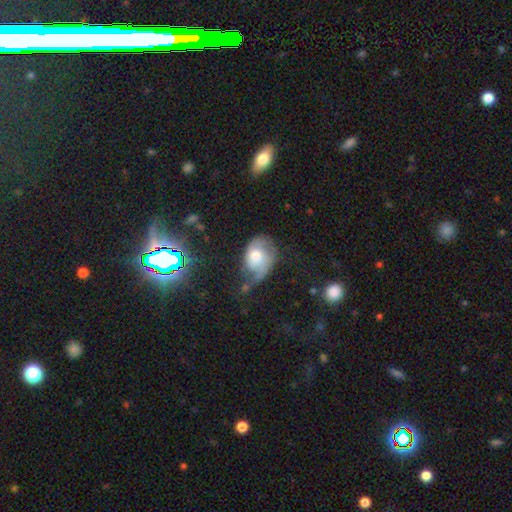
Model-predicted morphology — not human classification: Smooth or featured?
  - featured or disk: 46% *
  - smooth: 45%
  - star or artifact: 9%
Merging?
  - major disturbance: 37% *
  - minor disturbance: 31%
  - none: 27%
  - merger: 5%